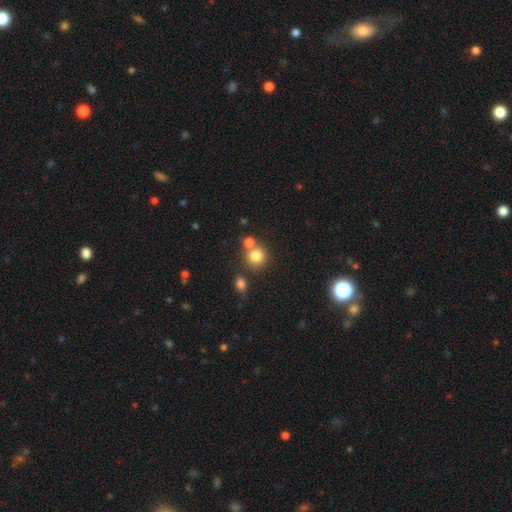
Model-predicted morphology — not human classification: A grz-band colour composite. It shows a smooth galaxy with no disk features (80%) that is round (87%). Merging: none (62%).